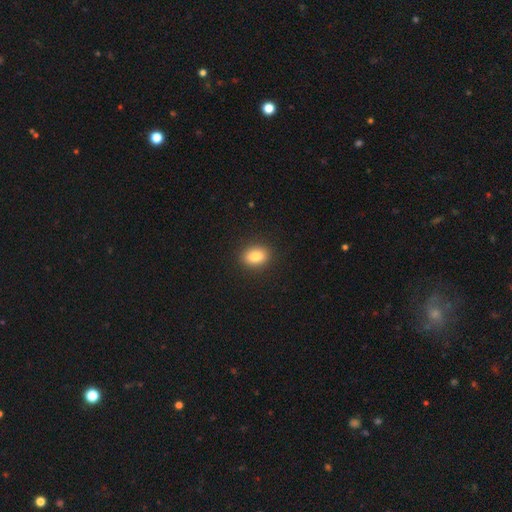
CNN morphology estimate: smooth-or-featured: smooth: 83% | star or artifact: 9% | featured or disk: 8%
  how-rounded: in between: 66% | round: 32% | cigar-shaped: 2%
  merging: none: 90% | minor disturbance: 7% | major disturbance: 2% | merger: 1%